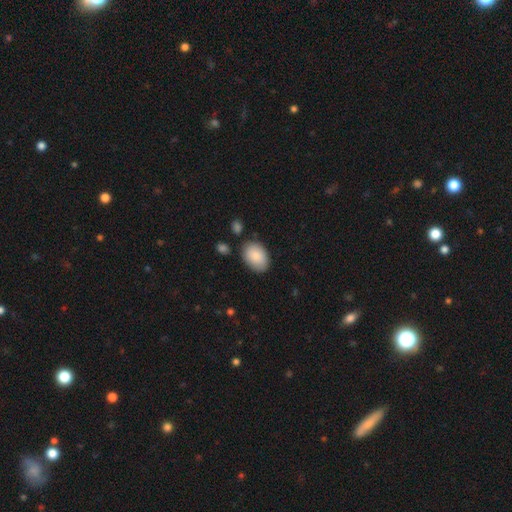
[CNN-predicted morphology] smooth_or_featured: smooth (p=0.88) [alt: star or artifact p=0.06]
how_rounded: in between (p=0.87) [alt: round p=0.12]
merging: none (p=0.79) [alt: minor disturbance p=0.14]